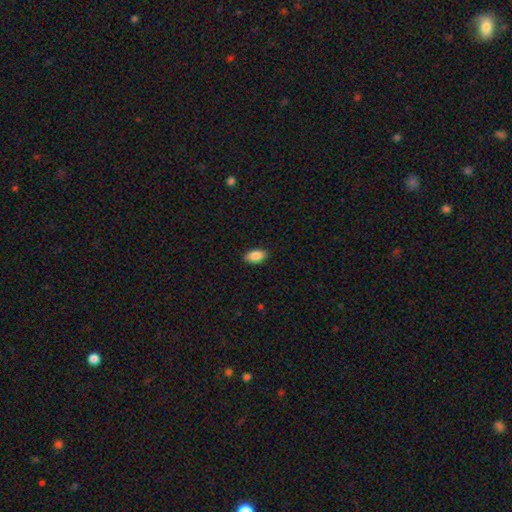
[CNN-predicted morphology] smooth-or-featured: smooth: 89% | star or artifact: 7% | featured or disk: 5%
  how-rounded: in between: 93% | round: 4% | cigar-shaped: 3%
  merging: none: 89% | minor disturbance: 8% | major disturbance: 2% | merger: 1%